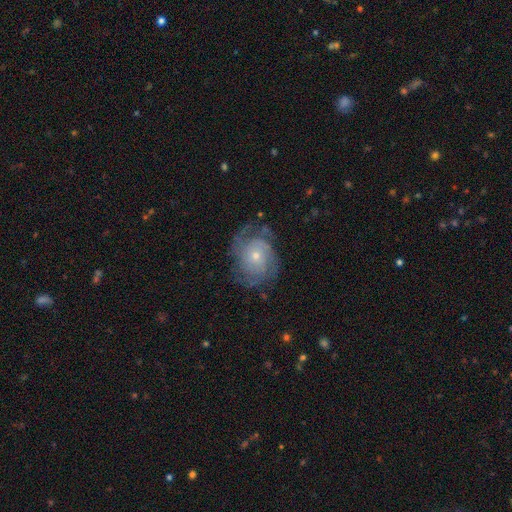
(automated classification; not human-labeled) smooth_or_featured: featured or disk (p=0.79) [alt: smooth p=0.14]
disk_edge_on: no (p=0.97) [alt: yes p=0.03]
bar: no (p=0.80) [alt: weak p=0.17]
has_spiral_arms: yes (p=0.92) [alt: no p=0.08]
spiral_winding: tight (p=0.56) [alt: medium p=0.33]
spiral_arm_count: can't tell (p=0.31) [alt: 2 p=0.26]
bulge_size: small (p=0.67) [alt: moderate p=0.28]
merging: none (p=0.67) [alt: minor disturbance p=0.19]